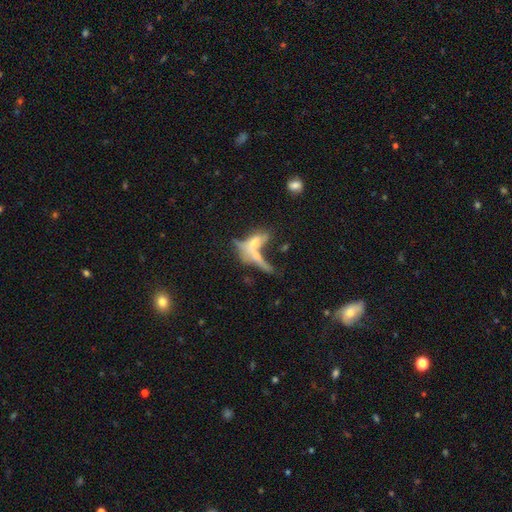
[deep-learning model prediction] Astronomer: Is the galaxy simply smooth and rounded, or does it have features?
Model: smooth — 45% (runner-up: featured or disk, 43%).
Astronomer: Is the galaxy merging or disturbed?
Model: merger — 52% (runner-up: none, 27%).